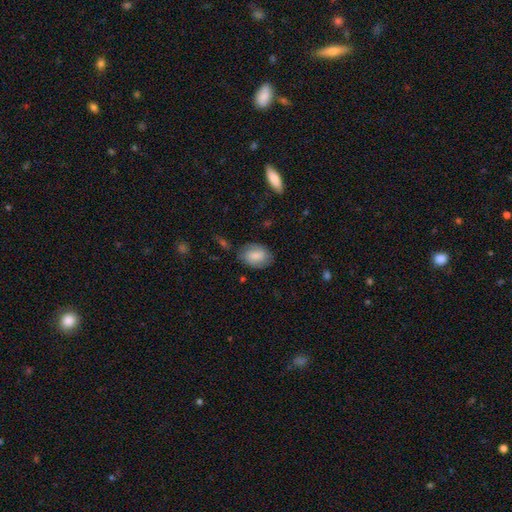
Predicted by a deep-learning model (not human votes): The model was most divided on "merging": none: 76%, minor disturbance: 17%, major disturbance: 5%, merger: 2%. More confident: how rounded — in between (80%); smooth or featured — smooth (76%).